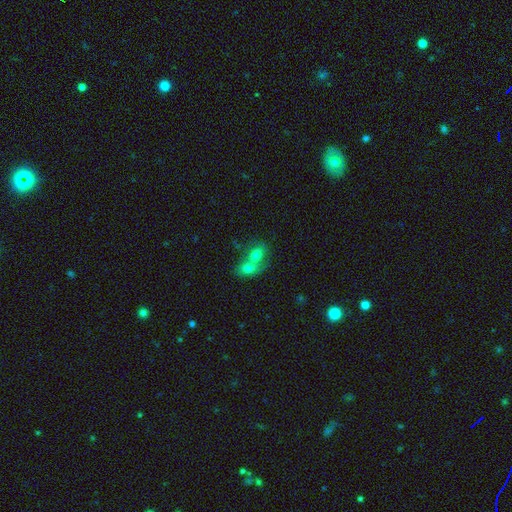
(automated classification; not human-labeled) Smooth or featured? Predicted: smooth (p=0.72). How rounded? Predicted: in between (p=0.62). Merging? Predicted: merger (p=0.74).